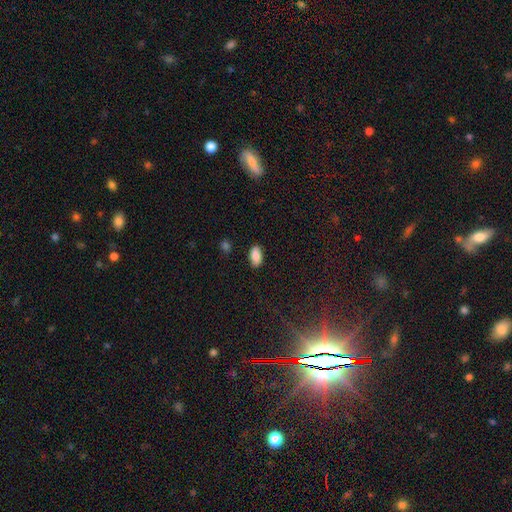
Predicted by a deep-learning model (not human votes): Q: Smooth or featured?
A: smooth (86%); runner-up: star or artifact (7%)
Q: How rounded?
A: in between (92%); runner-up: cigar-shaped (4%)
Q: Merging?
A: none (86%); runner-up: minor disturbance (11%)